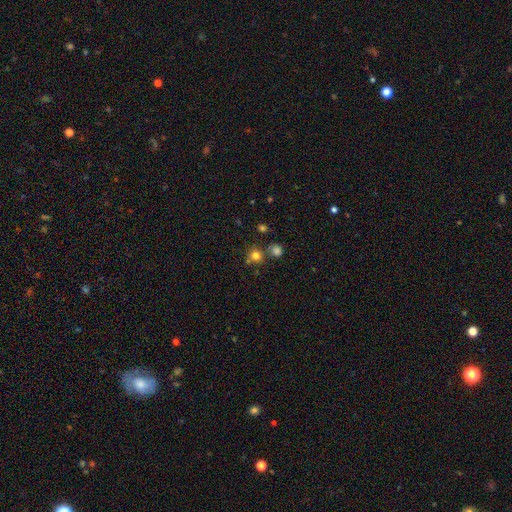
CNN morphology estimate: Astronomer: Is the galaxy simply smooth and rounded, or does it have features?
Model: smooth — 76%.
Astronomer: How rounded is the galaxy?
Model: round — 91%.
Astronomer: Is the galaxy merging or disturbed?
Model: none — 70%.